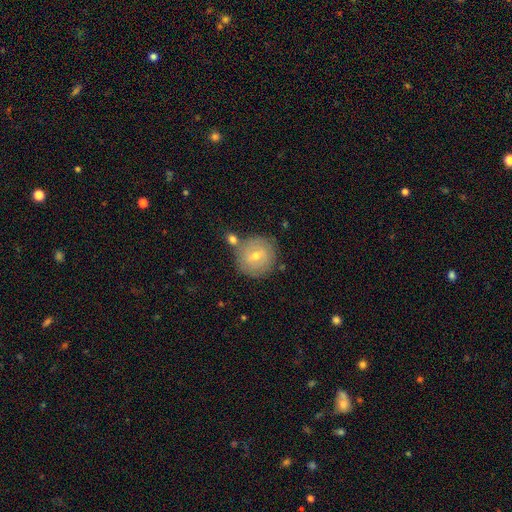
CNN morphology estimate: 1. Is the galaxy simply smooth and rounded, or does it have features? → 47% smooth, 43% featured or disk, 10% star or artifact.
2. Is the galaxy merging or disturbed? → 75% none, 12% minor disturbance, 9% merger, 4% major disturbance.